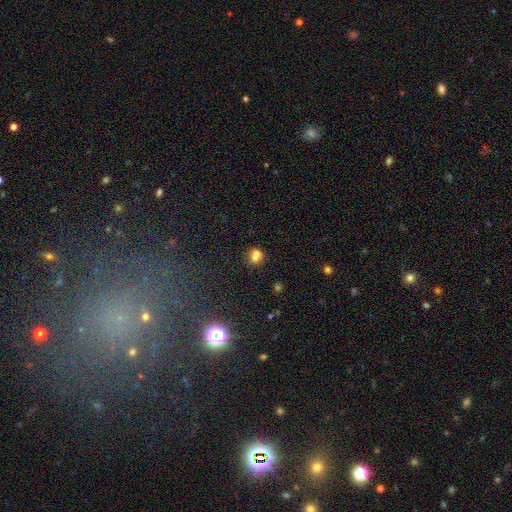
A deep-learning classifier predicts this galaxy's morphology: smooth-or-featured: smooth: 73% | star or artifact: 15% | featured or disk: 12%
  how-rounded: round: 70% | in between: 29% | cigar-shaped: 1%
  merging: none: 46% | merger: 39% | minor disturbance: 11% | major disturbance: 4%